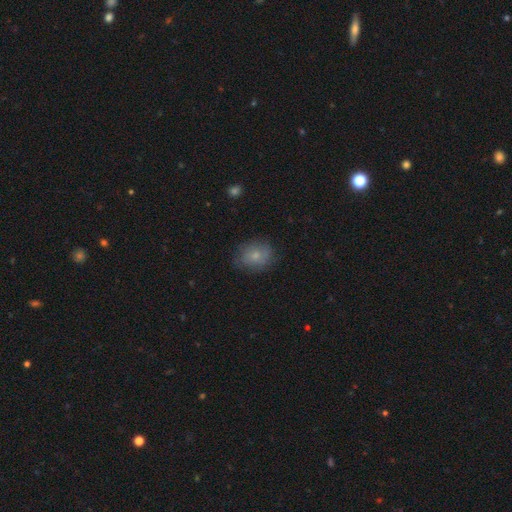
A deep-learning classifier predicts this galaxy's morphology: This appears to be a smooth galaxy with no disk features (72%) that is in between round and cigar-shaped (52%). Merging: none (74%).